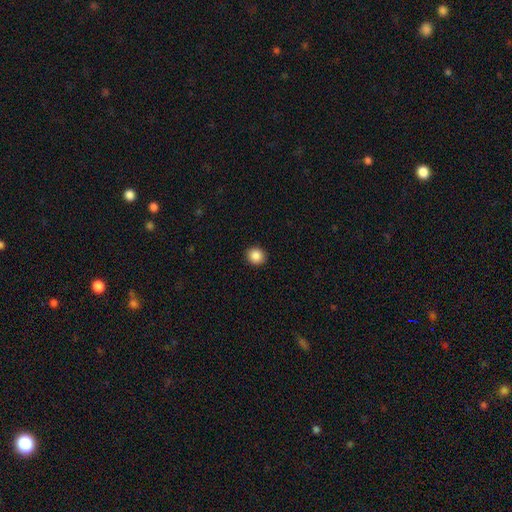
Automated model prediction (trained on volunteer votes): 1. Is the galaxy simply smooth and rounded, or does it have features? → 87% smooth, 9% star or artifact, 4% featured or disk.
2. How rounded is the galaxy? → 83% round, 16% in between, 1% cigar-shaped.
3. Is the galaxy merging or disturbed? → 92% none, 6% minor disturbance, 2% major disturbance, 1% merger.